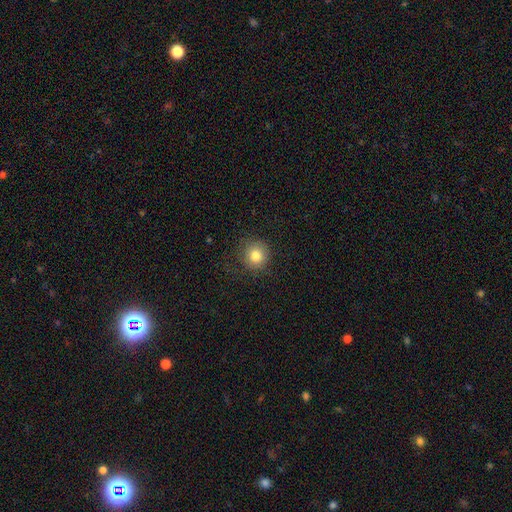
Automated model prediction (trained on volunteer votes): The model was most divided on "smooth or featured": smooth: 81%, star or artifact: 11%, featured or disk: 8%. More confident: how rounded — round (92%); merging — none (83%).